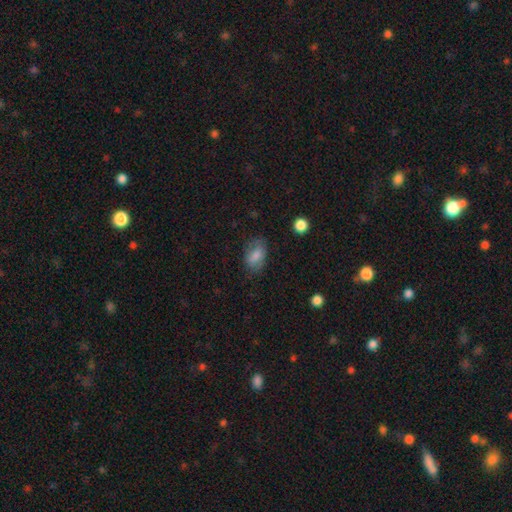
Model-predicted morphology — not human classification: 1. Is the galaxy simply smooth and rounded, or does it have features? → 78% smooth, 14% featured or disk, 8% star or artifact.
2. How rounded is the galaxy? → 88% in between, 10% round, 2% cigar-shaped.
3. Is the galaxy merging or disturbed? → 69% none, 22% minor disturbance, 8% major disturbance, 1% merger.